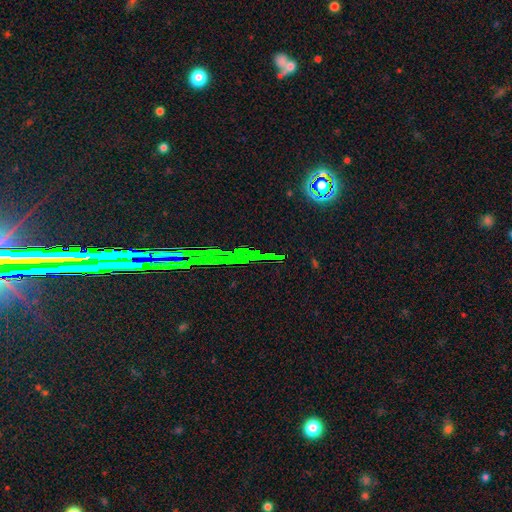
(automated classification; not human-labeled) This appears to be a star or artifact, not a galaxy (80%).